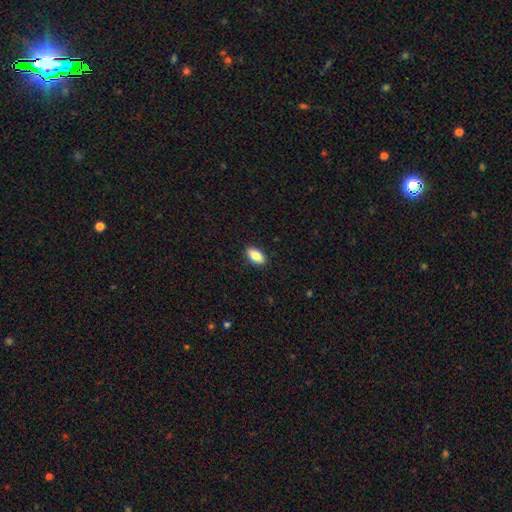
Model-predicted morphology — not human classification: smooth 85%, featured or disk 8%, star or artifact 7%. Down the decision tree: how rounded — in between (91%); merging — none (90%).